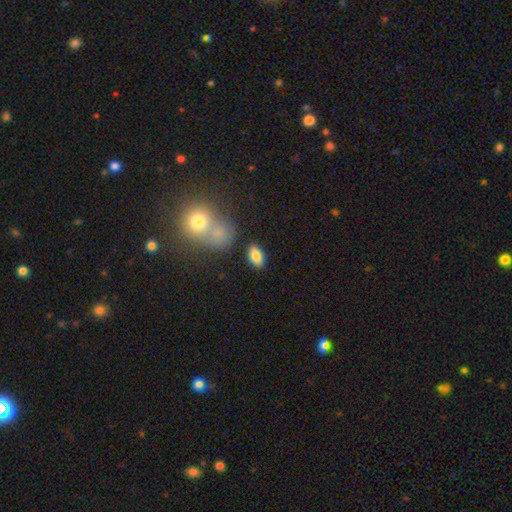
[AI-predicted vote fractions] This appears to be a smooth galaxy with no disk features (85%) that is in between round and cigar-shaped (92%). Merging: none (82%).